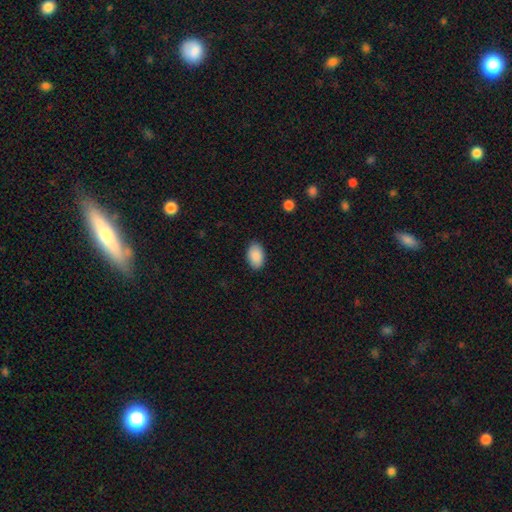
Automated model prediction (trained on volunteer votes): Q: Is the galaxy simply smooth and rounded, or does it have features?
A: smooth — 90%.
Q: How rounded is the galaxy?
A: in between — 91%.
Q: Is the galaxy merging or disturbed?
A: none — 88%.